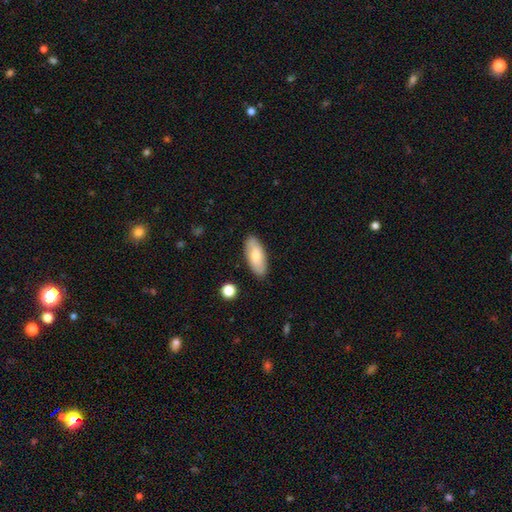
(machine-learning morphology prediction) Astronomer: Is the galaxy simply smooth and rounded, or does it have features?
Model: smooth — 69%.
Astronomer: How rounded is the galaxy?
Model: in between — 86%.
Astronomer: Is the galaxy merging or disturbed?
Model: none — 87%.